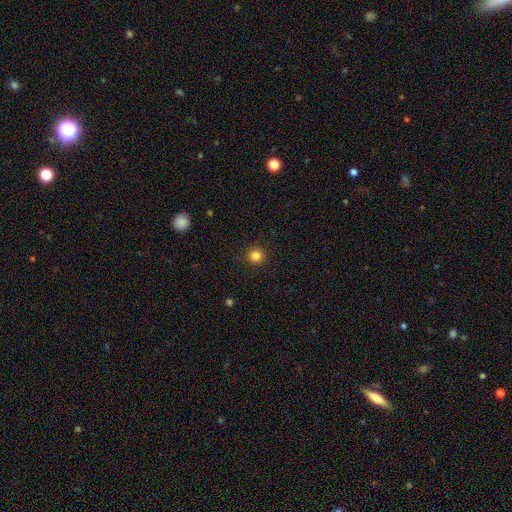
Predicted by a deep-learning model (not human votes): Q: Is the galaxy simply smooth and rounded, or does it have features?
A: smooth — 83%.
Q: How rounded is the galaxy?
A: round — 95%.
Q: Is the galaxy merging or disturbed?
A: none — 92%.